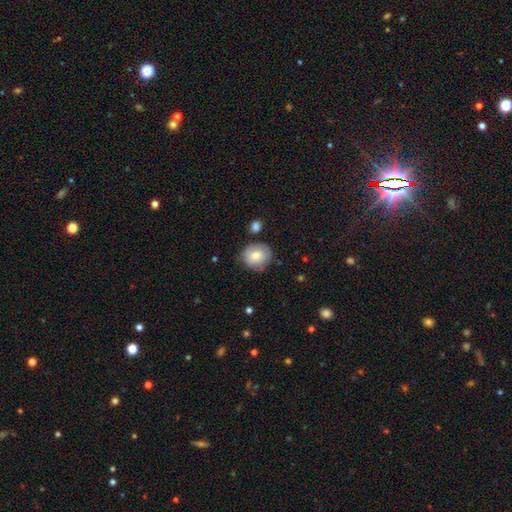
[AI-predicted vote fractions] smooth-or-featured: smooth: 75% | featured or disk: 18% | star or artifact: 8%
  how-rounded: round: 78% | in between: 22% | cigar-shaped: 1%
  merging: none: 73% | minor disturbance: 19% | merger: 4% | major disturbance: 4%